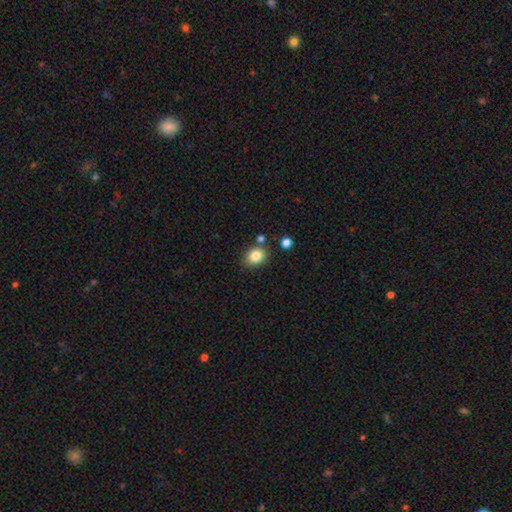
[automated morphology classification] smooth 84%, star or artifact 10%, featured or disk 6%. Down the decision tree: how rounded — in between (51%); merging — none (76%).